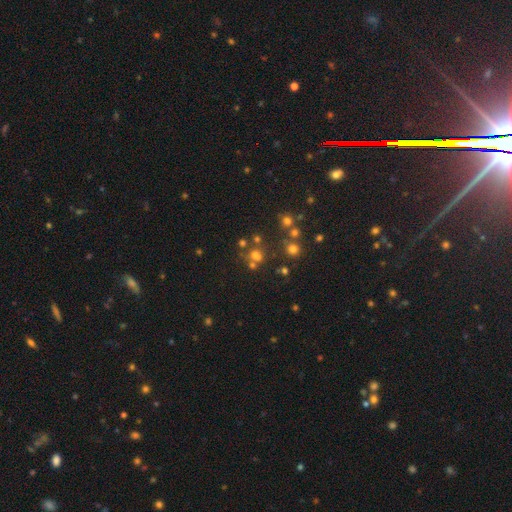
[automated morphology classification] smooth 57%, star or artifact 30%, featured or disk 13%. Down the decision tree: how rounded — round (73%); merging — none (58%).